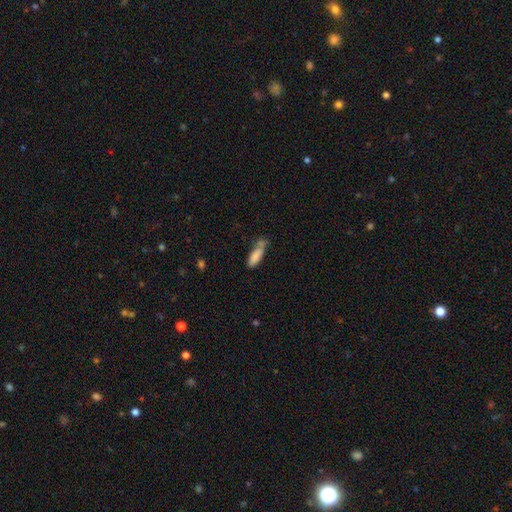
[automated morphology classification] The model was most divided on "how rounded": in between: 53%, cigar-shaped: 46%, round: 2%. Remaining: smooth or featured — smooth (84%); merging — none (45%).